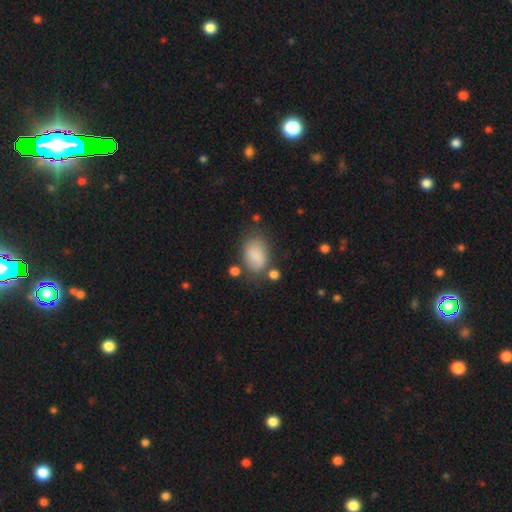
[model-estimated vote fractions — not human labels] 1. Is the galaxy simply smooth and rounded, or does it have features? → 84% smooth, 8% featured or disk, 8% star or artifact.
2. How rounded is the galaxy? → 86% in between, 13% round, 1% cigar-shaped.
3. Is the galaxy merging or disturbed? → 62% none, 23% minor disturbance, 9% major disturbance, 7% merger.